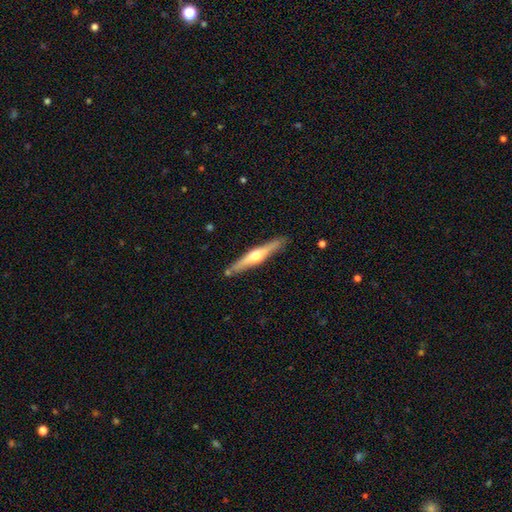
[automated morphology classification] Smooth or featured: featured or disk — 67% (smooth — 29%)
Edge-on disk: yes — 97% (no — 3%)
Edge-on bulge: rounded — 92% (none — 4%)
Merging: none — 85% (minor disturbance — 10%)